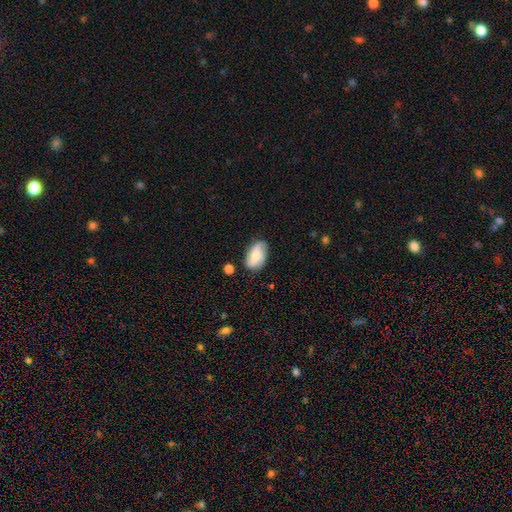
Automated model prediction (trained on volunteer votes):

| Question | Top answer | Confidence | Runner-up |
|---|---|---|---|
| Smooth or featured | featured or disk | 51% | smooth (41%) |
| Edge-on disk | no | 95% | yes (5%) |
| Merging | none | 72% | minor disturbance (20%) |